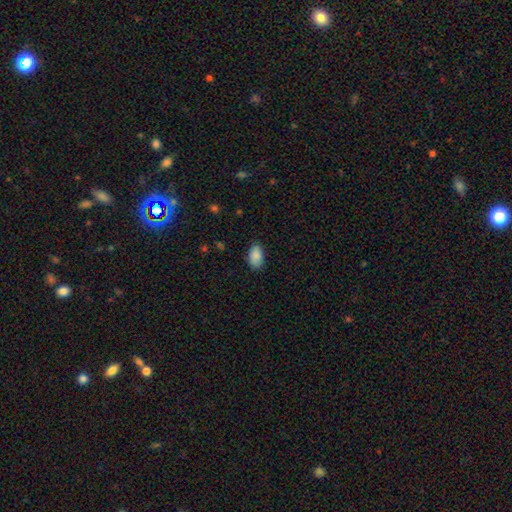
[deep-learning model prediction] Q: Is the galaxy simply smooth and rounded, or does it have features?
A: smooth — 87%.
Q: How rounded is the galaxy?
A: in between — 93%.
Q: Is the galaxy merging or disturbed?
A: none — 83%.